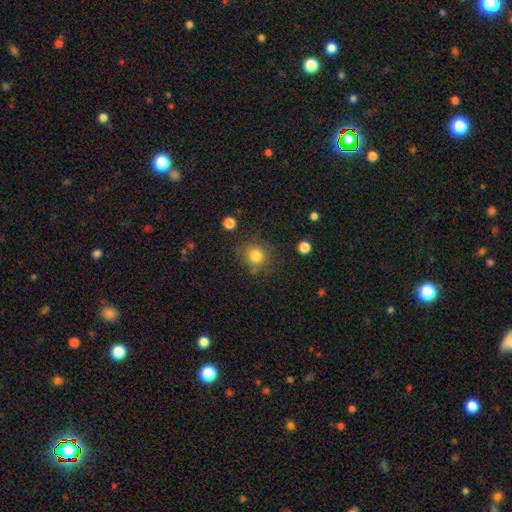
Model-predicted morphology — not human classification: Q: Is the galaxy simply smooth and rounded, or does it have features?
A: smooth — 81%.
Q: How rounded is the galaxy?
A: round — 89%.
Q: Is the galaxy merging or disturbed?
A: none — 78%.